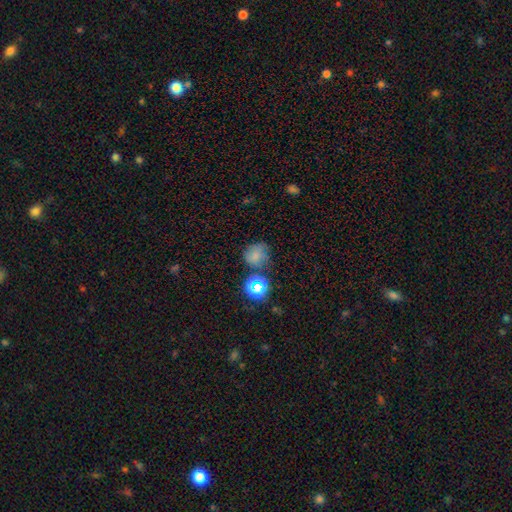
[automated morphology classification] type=smooth (71%); roundness=round (77%); merging=none (60%).